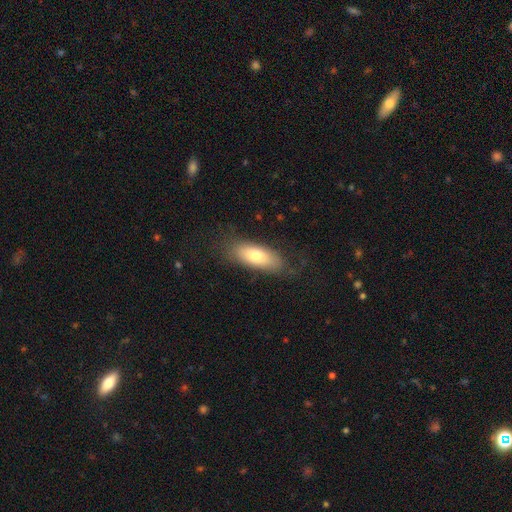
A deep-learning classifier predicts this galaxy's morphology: This appears to be a smooth galaxy with no disk features (72%) that is in between round and cigar-shaped (76%). Merging: none (75%).